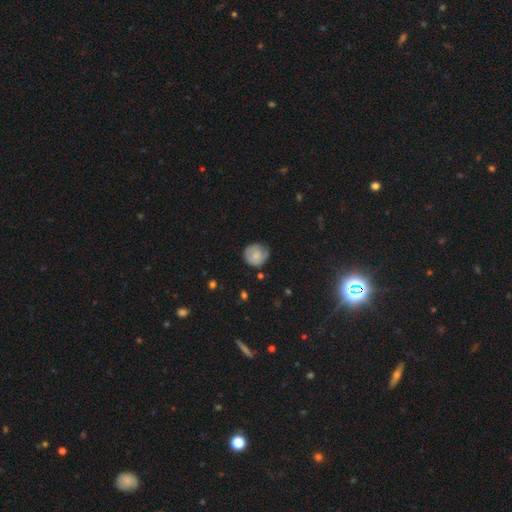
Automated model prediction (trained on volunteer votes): Smooth or featured?
  - smooth: 70% *
  - featured or disk: 23%
  - star or artifact: 7%
How rounded?
  - round: 88% *
  - in between: 11%
  - cigar-shaped: 1%
Merging?
  - none: 70% *
  - minor disturbance: 23%
  - major disturbance: 5%
  - merger: 2%